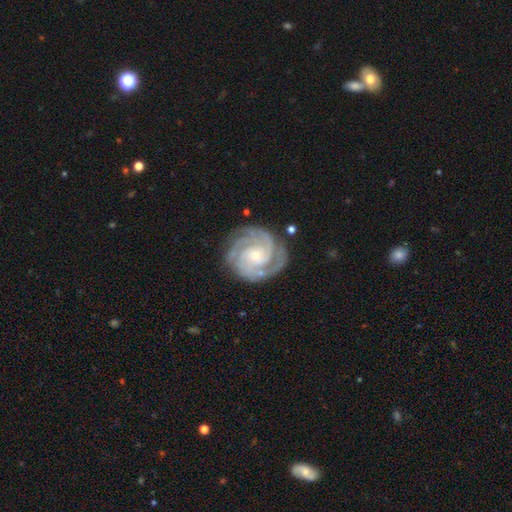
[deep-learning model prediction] Morphology: type=featured or disk (91%); edge-on=no (98%); bar=no (70%); spiral arms=yes (98%); winding=tight (76%); arm count=3 (43%); bulge=small (73%); merging=none (80%).